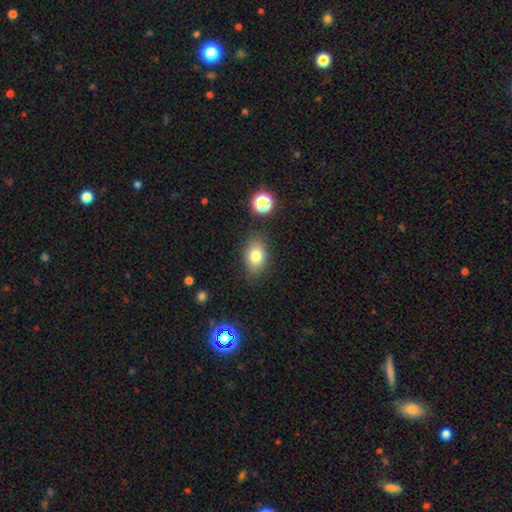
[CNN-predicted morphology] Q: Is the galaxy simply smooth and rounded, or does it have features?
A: smooth — 80%.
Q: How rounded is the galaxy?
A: in between — 81%.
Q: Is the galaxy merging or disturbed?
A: none — 81%.